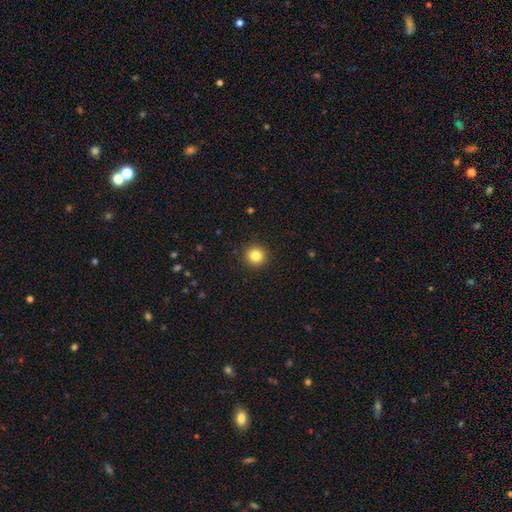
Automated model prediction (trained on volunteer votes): smooth_or_featured: smooth (p=0.83) [alt: star or artifact p=0.11]
how_rounded: round (p=0.94) [alt: in between p=0.05]
merging: none (p=0.92) [alt: minor disturbance p=0.05]